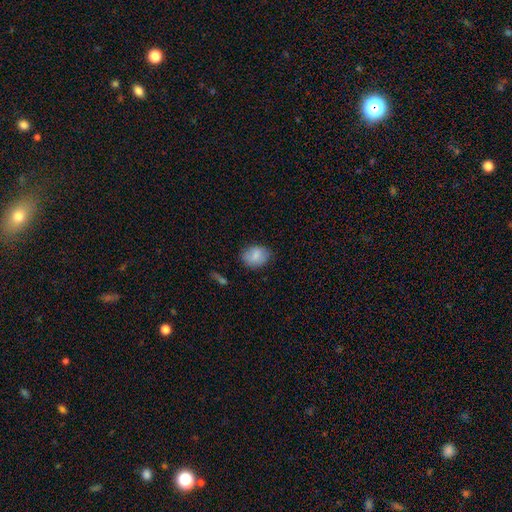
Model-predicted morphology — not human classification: smooth_or_featured: smooth (p=0.82) [alt: featured or disk p=0.10]
how_rounded: in between (p=0.62) [alt: round p=0.37]
merging: none (p=0.79) [alt: minor disturbance p=0.16]